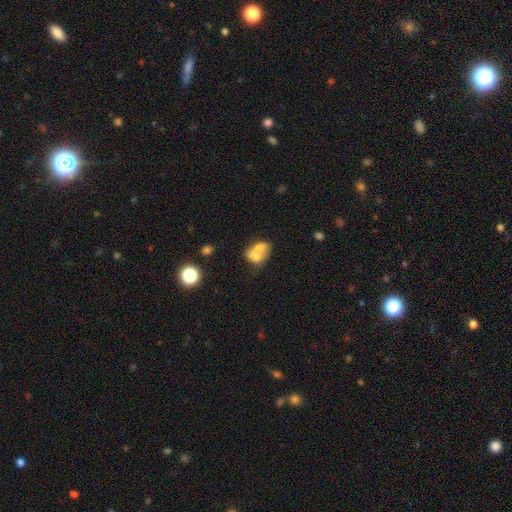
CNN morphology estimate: Q: Smooth or featured?
A: smooth (64%); runner-up: featured or disk (27%)
Q: How rounded?
A: in between (53%); runner-up: round (46%)
Q: Merging?
A: merger (74%); runner-up: none (16%)